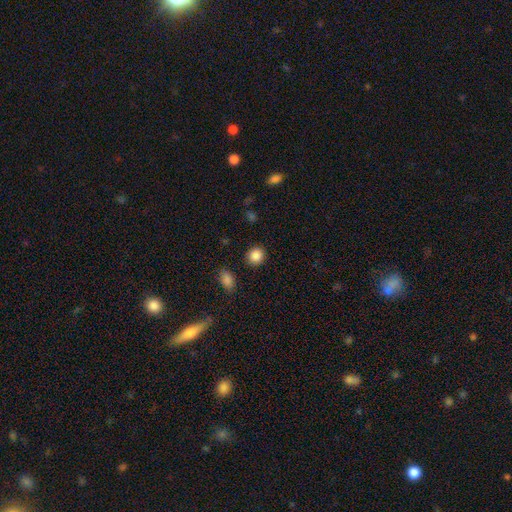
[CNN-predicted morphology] smooth_or_featured: smooth (p=0.87) [alt: star or artifact p=0.10]
how_rounded: round (p=0.84) [alt: in between p=0.15]
merging: none (p=0.90) [alt: minor disturbance p=0.06]